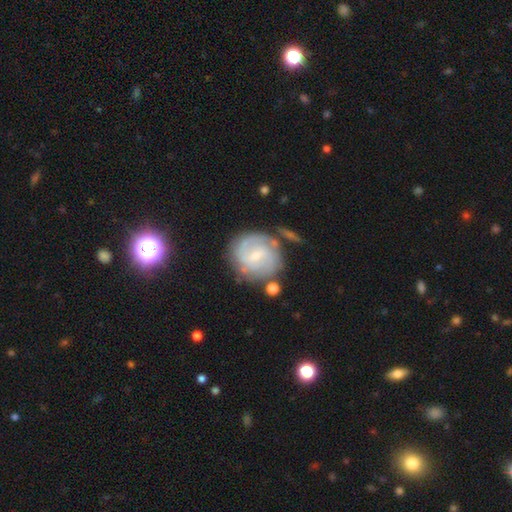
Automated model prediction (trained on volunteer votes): Smooth or featured? Predicted: featured or disk (p=0.78). Edge-on disk? Predicted: no (p=0.97). Bar? Predicted: weak (p=0.55). Spiral arms? Predicted: yes (p=0.93). Spiral winding? Predicted: tight (p=0.54). Spiral arm count? Predicted: 2 (p=0.46). Bulge size? Predicted: small (p=0.73). Merging? Predicted: none (p=0.71).